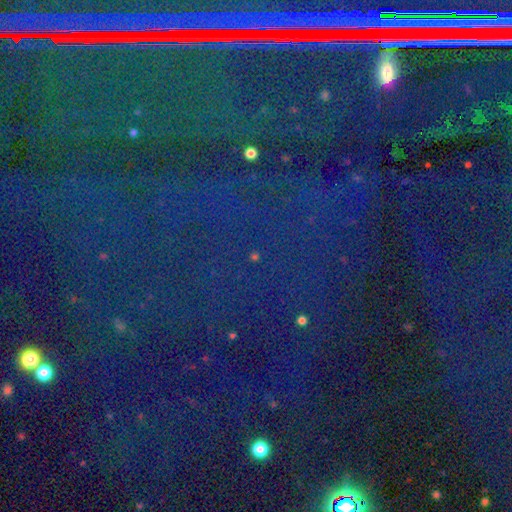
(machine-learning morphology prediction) Smooth or featured?
  - star or artifact: 85% *
  - smooth: 9%
  - featured or disk: 7%